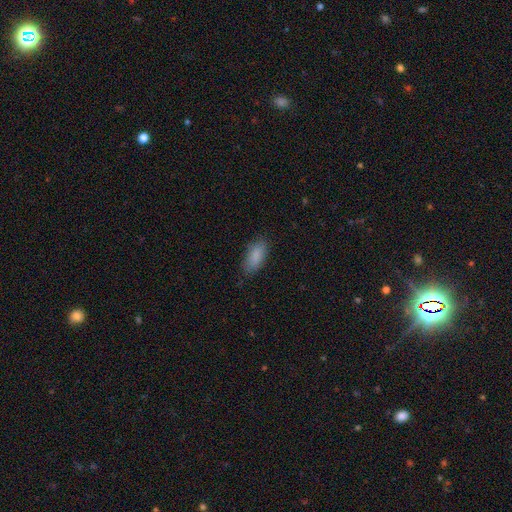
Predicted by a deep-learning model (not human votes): Smooth or featured? Predicted: smooth (p=0.88). How rounded? Predicted: in between (p=0.87). Merging? Predicted: none (p=0.81).